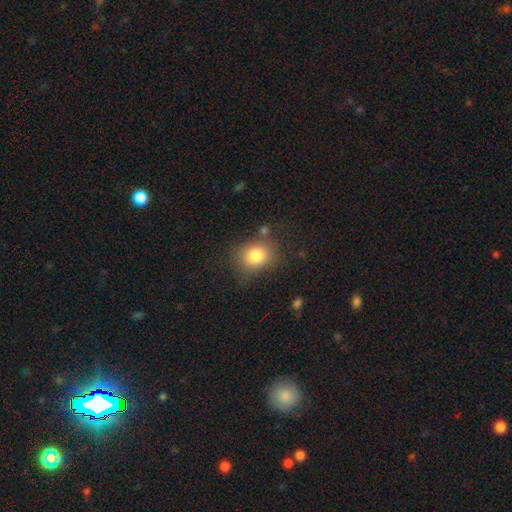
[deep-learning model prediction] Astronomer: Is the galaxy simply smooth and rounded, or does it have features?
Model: smooth — 81%.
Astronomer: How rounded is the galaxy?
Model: round — 62%.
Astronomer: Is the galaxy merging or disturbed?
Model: none — 75%.